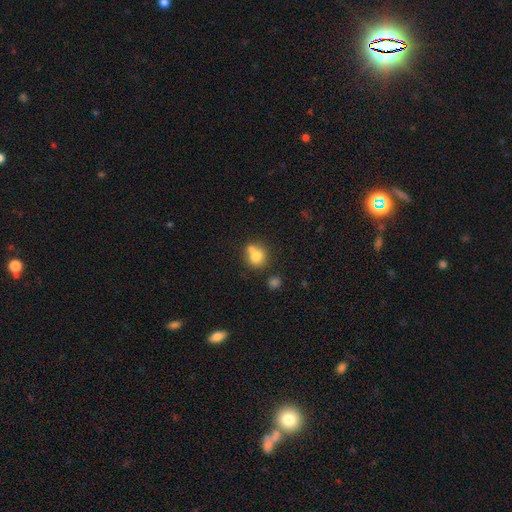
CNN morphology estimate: The model was most divided on "merging": none: 48%, merger: 38%, minor disturbance: 10%, major disturbance: 3%. More confident: how rounded — round (82%); smooth or featured — smooth (76%).